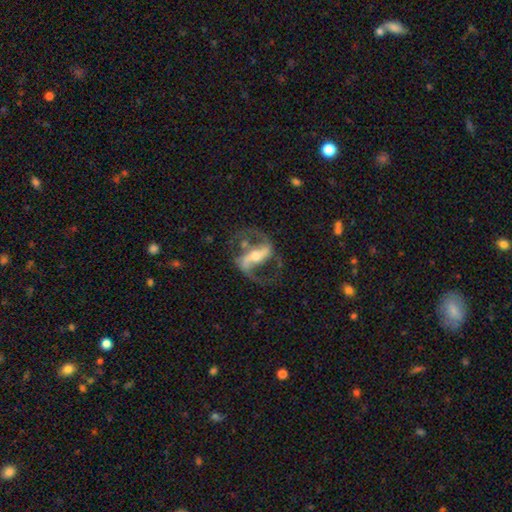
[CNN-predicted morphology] featured or disk 91%, star or artifact 5%, smooth 5%. Down the decision tree: edge-on disk — no (95%); bar — strong (66%); spiral arms — yes (96%); spiral arm count — 2 (93%); spiral winding — loose (46%, tied with medium); bulge size — moderate (50%); merging — none (72%).